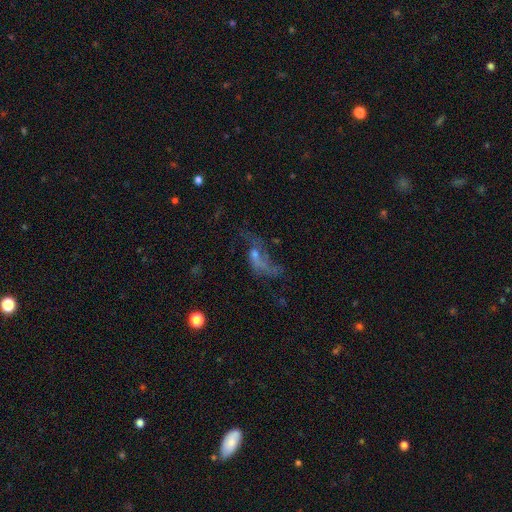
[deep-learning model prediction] Smooth or featured? featured or disk (57%)
Edge-on disk? no (90%)
Bar? no (75%)
Spiral arms? no (52%)
Bulge size? small (45%)
Merging? major disturbance (41%)